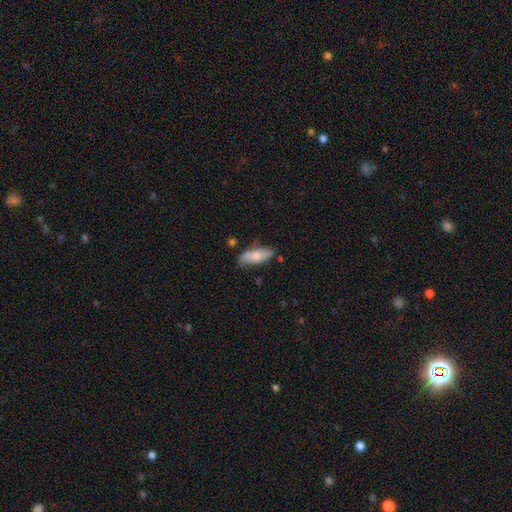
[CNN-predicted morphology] This appears to be a smooth galaxy with no disk features (75%) that is in between round and cigar-shaped (73%). Merging: none (70%).